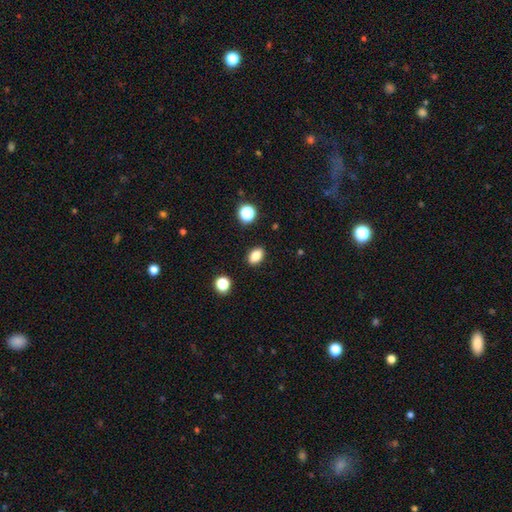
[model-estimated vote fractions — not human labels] Smooth or featured? smooth (84%)
How rounded? in between (82%)
Merging? none (89%)